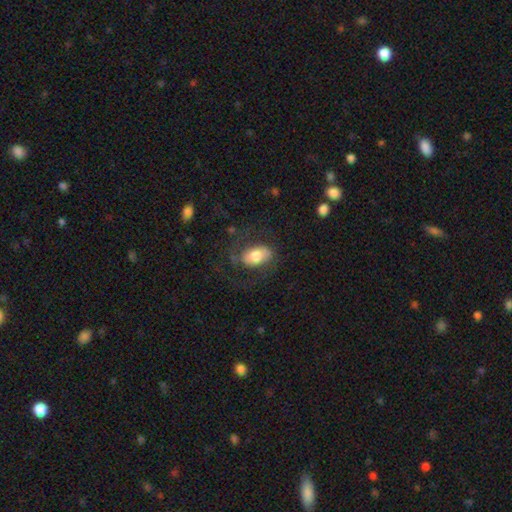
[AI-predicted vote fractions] Morphology: type=smooth (58%); roundness=in between (88%); merging=none (59%).